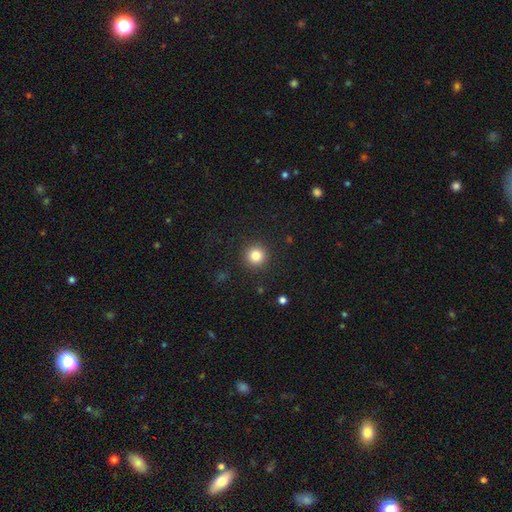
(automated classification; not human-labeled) The model was most divided on "smooth or featured": smooth: 82%, star or artifact: 12%, featured or disk: 6%. More confident: how rounded — round (95%); merging — none (92%).